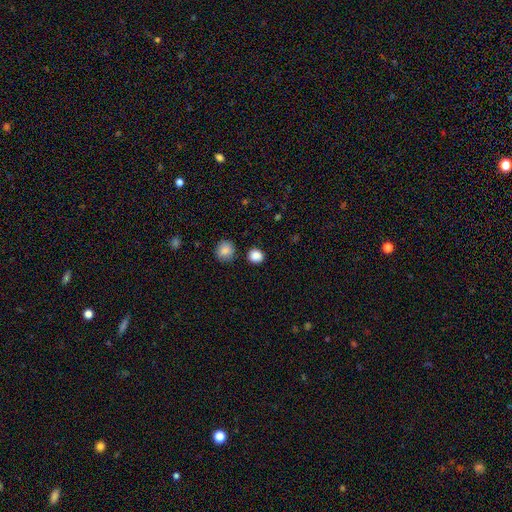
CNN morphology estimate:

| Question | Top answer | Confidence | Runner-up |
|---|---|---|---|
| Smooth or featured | smooth | 87% | star or artifact (10%) |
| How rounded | round | 82% | in between (17%) |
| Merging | none | 86% | minor disturbance (8%) |